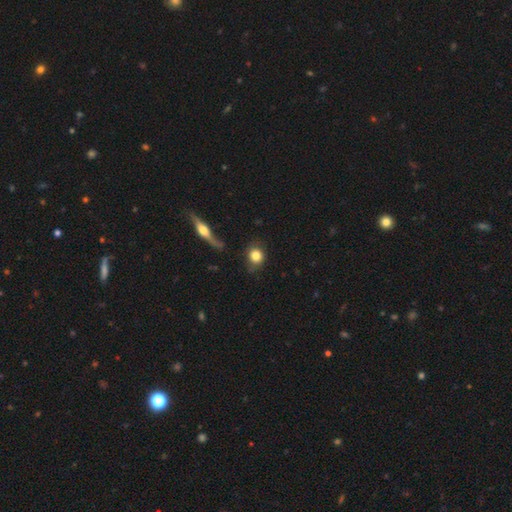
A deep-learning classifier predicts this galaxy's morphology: Q: Smooth or featured?
A: smooth (81%); runner-up: featured or disk (11%)
Q: How rounded?
A: round (77%); runner-up: in between (21%)
Q: Merging?
A: none (72%); runner-up: minor disturbance (17%)